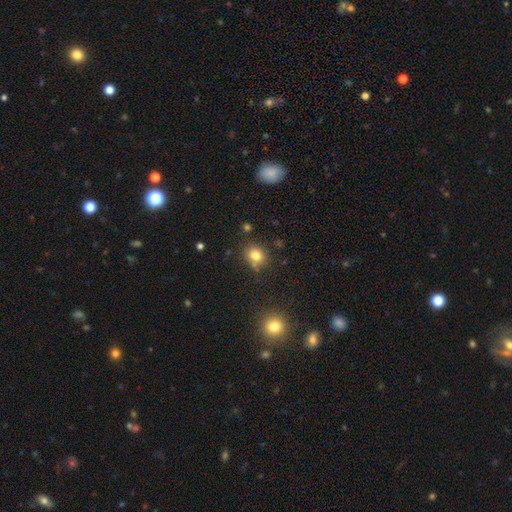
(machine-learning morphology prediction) Smooth or featured? smooth (80%)
How rounded? round (73%)
Merging? none (77%)